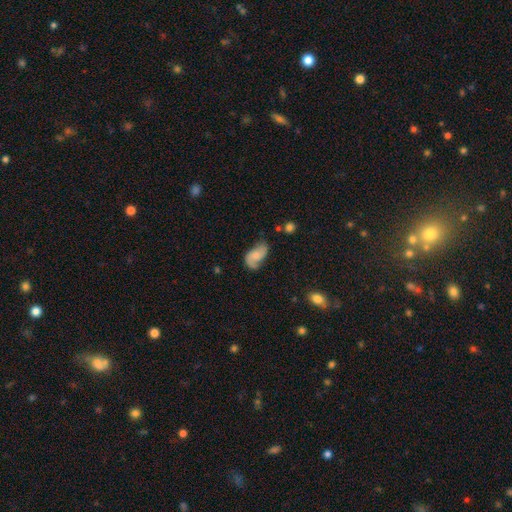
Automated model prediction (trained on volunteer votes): Smooth or featured?
  - featured or disk: 52% *
  - smooth: 40%
  - star or artifact: 8%
Edge-on disk?
  - no: 96% *
  - yes: 4%
Bar?
  - no: 65% *
  - weak: 30%
  - strong: 6%
Spiral arms?
  - yes: 89% *
  - no: 11%
Bulge size?
  - small: 39% *
  - moderate: 31%
  - none: 23%
  - large: 6%
  - dominant: 2%
Merging?
  - none: 51% *
  - minor disturbance: 30%
  - major disturbance: 16%
  - merger: 3%